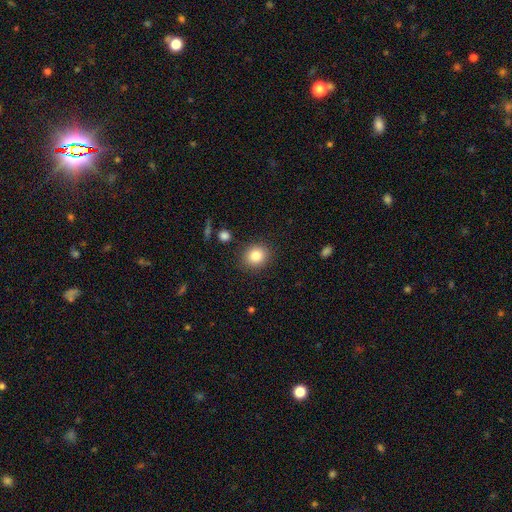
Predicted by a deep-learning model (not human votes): Smooth or featured?
  - smooth: 85% *
  - star or artifact: 10%
  - featured or disk: 6%
How rounded?
  - round: 77% *
  - in between: 22%
  - cigar-shaped: 1%
Merging?
  - none: 88% *
  - minor disturbance: 8%
  - major disturbance: 3%
  - merger: 2%